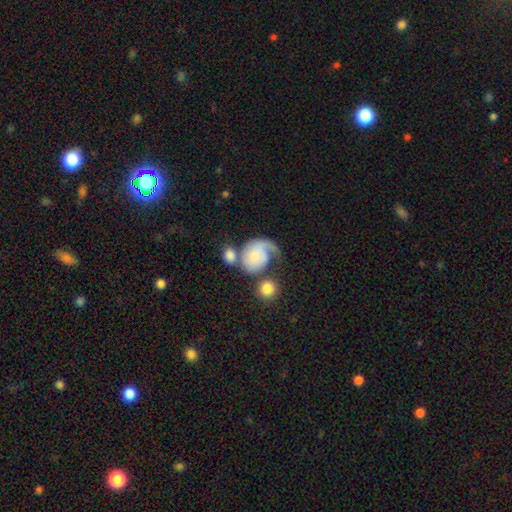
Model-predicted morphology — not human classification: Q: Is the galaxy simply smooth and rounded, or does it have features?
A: featured or disk — 62%.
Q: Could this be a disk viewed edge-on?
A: no — 98%.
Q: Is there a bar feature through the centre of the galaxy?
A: no — 79%.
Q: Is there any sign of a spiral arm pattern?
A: yes — 84%.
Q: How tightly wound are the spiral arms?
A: loose — 42%.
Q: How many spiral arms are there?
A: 1 — 68%.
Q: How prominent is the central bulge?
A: small — 50%.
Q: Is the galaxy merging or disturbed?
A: major disturbance — 30%.